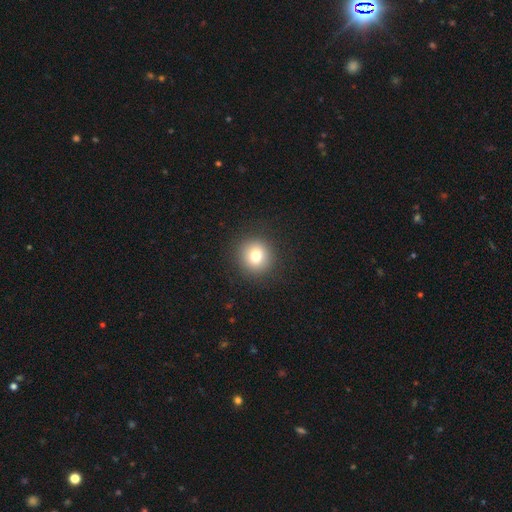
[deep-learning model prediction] A smooth galaxy with no disk features (78%) that is round (92%). Merging: none (91%).